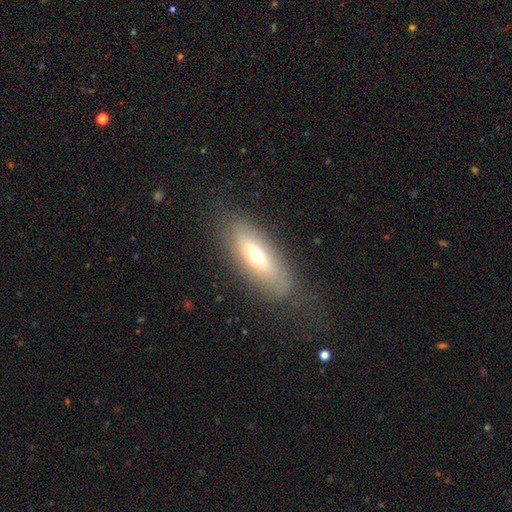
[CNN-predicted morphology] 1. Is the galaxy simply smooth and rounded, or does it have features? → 58% smooth, 33% featured or disk, 9% star or artifact.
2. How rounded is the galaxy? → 67% in between, 30% cigar-shaped, 3% round.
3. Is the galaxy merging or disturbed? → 75% none, 16% minor disturbance, 8% major disturbance, 1% merger.